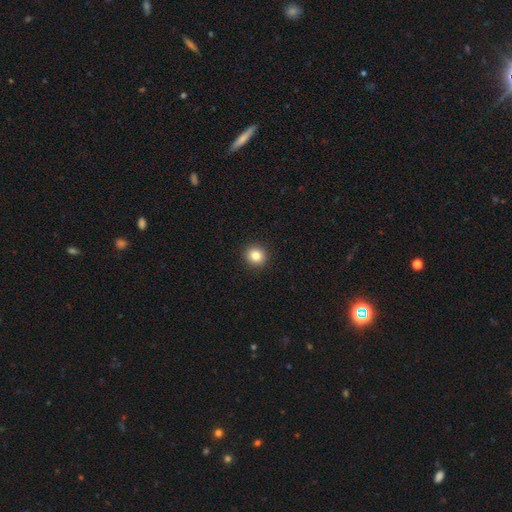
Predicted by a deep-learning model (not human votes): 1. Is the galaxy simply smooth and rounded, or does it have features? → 84% smooth, 11% star or artifact, 6% featured or disk.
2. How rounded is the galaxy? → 89% round, 10% in between, 1% cigar-shaped.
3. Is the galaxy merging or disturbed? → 93% none, 5% minor disturbance, 2% major disturbance, 1% merger.